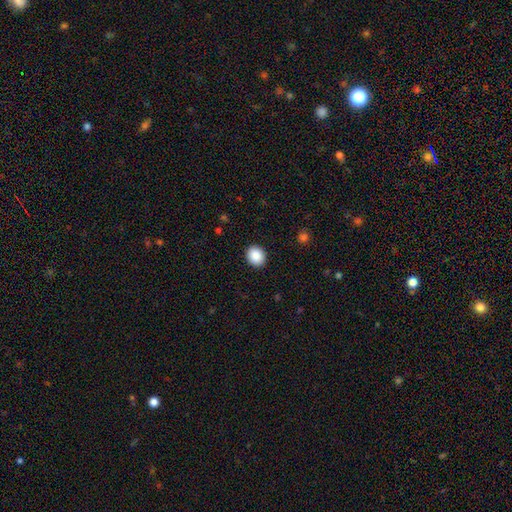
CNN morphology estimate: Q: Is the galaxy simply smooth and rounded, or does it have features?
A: smooth — 88%.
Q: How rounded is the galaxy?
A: round — 69%.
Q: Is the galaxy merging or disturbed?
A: none — 91%.